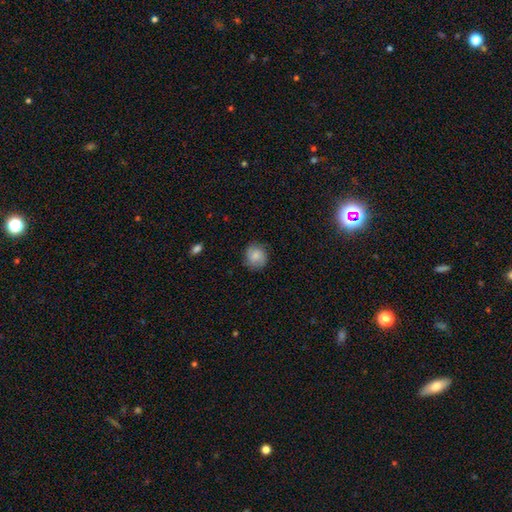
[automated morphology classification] smooth 76%, featured or disk 16%, star or artifact 8%. Down the decision tree: how rounded — round (86%); merging — none (83%).